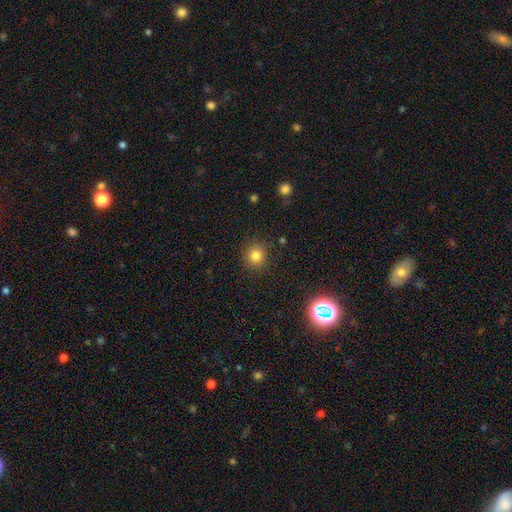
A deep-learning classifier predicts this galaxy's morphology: Smooth or featured? smooth (80%)
How rounded? round (90%)
Merging? none (88%)